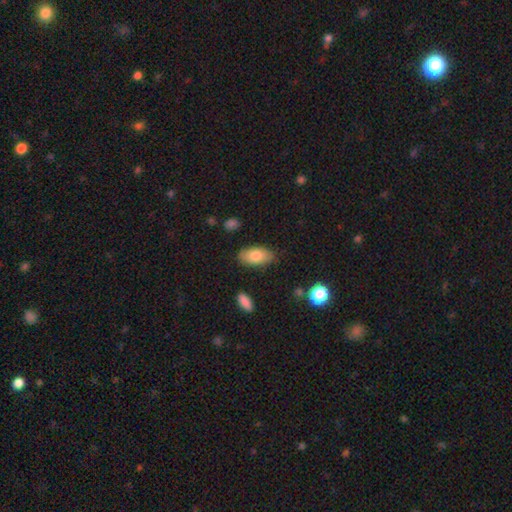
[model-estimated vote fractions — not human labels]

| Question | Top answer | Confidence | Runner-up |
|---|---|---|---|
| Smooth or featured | smooth | 81% | featured or disk (13%) |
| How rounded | in between | 93% | cigar-shaped (4%) |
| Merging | none | 82% | minor disturbance (13%) |